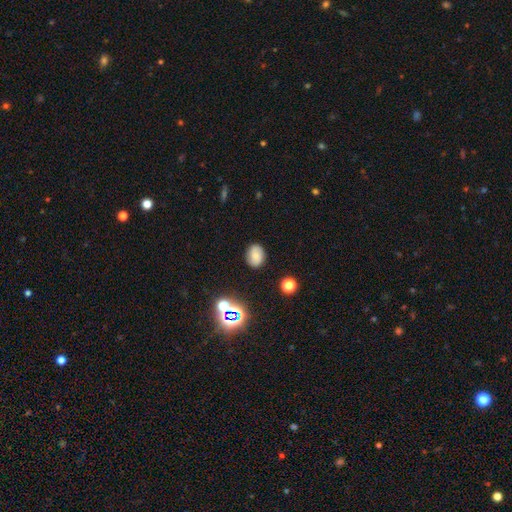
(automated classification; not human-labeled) Smooth or featured: smooth — 68% (featured or disk — 18%)
How rounded: in between — 63% (round — 36%)
Merging: none — 85% (minor disturbance — 11%)